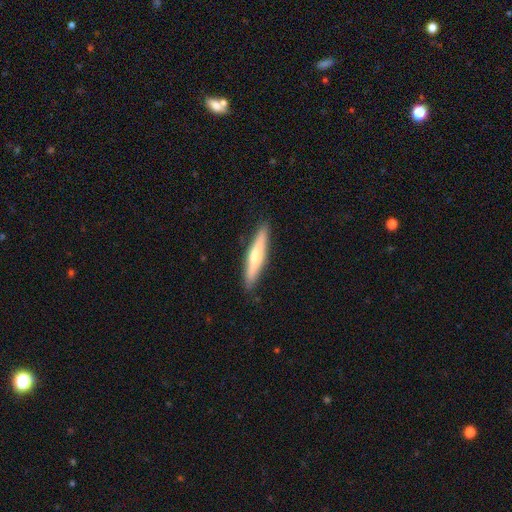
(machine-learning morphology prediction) Q: Smooth or featured?
A: smooth (51%); runner-up: featured or disk (44%)
Q: How rounded?
A: cigar-shaped (89%); runner-up: in between (9%)
Q: Merging?
A: none (89%); runner-up: minor disturbance (8%)